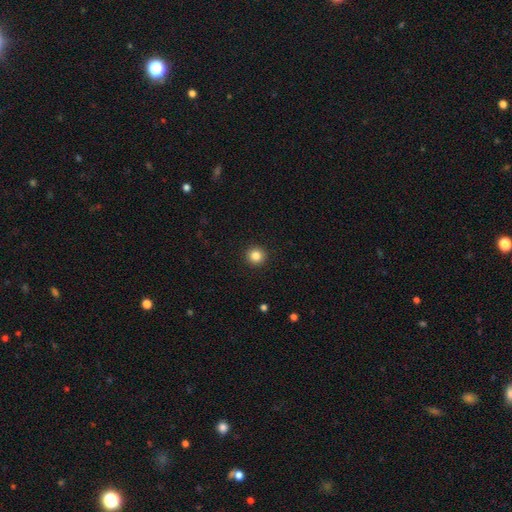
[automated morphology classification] The model was most divided on "smooth or featured": smooth: 85%, star or artifact: 11%, featured or disk: 5%. More confident: how rounded — round (95%); merging — none (93%).